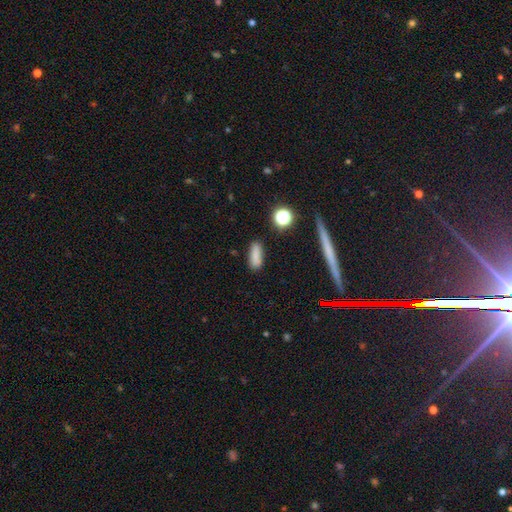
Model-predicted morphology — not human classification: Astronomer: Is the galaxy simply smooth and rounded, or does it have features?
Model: smooth — 83%.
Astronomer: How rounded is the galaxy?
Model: in between — 61%.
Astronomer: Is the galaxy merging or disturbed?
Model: none — 82%.